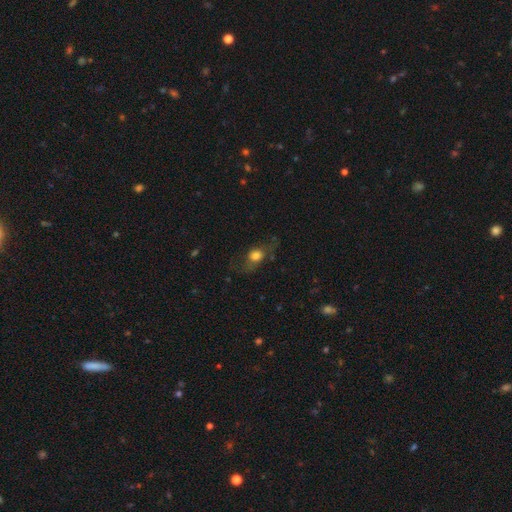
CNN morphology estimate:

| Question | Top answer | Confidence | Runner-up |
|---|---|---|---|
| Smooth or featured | smooth | 61% | featured or disk (27%) |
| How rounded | in between | 49% | round (43%) |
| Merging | none | 56% | minor disturbance (22%) |